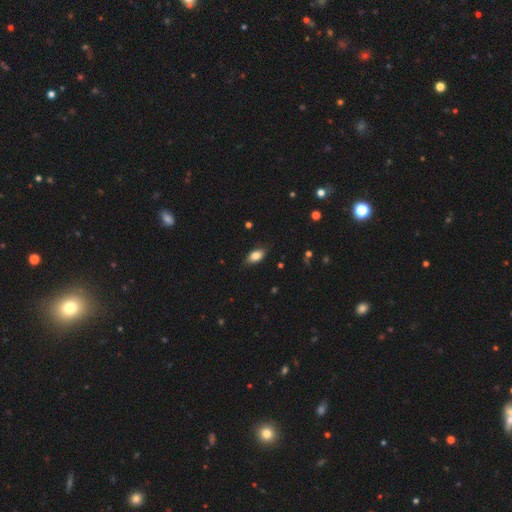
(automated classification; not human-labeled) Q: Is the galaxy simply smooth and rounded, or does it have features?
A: smooth — 81%.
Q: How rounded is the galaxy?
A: in between — 89%.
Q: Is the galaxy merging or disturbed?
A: none — 79%.